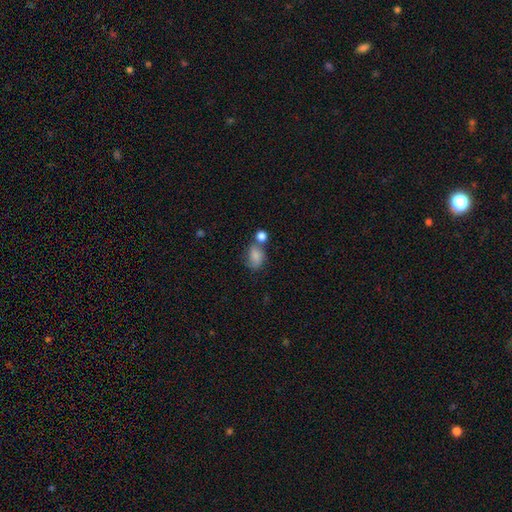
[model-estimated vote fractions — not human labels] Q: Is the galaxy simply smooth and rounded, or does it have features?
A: smooth — 80%.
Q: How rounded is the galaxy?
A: in between — 74%.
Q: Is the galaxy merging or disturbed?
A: none — 40%.